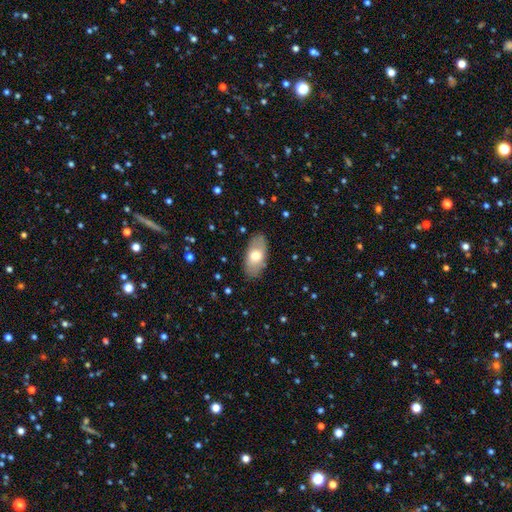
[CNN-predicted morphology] Smooth or featured? Predicted: smooth (p=0.67). How rounded? Predicted: in between (p=0.92). Merging? Predicted: none (p=0.85).